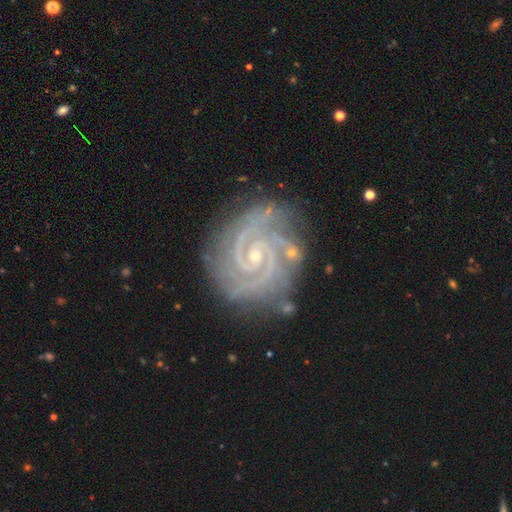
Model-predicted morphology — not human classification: A featured or disk galaxy (93%) with no bar (48%), 2 (70%) tight (75%) spiral arms (99%) and a small central bulge (78%). Merging: none (76%).